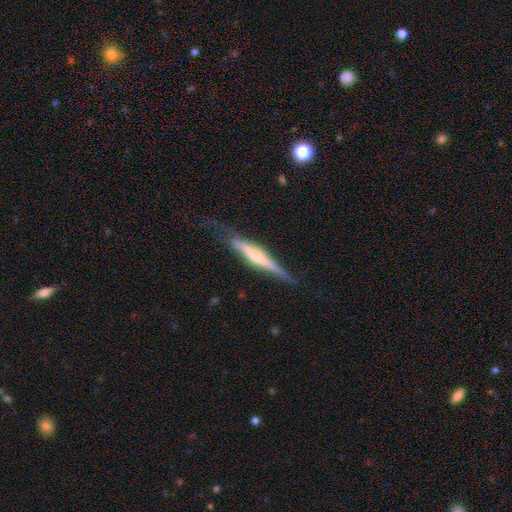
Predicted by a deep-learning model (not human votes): Smooth or featured? Predicted: featured or disk (p=0.70). Edge-on disk? Predicted: yes (p=0.93). Edge-on bulge? Predicted: rounded (p=0.68). Merging? Predicted: none (p=0.62).